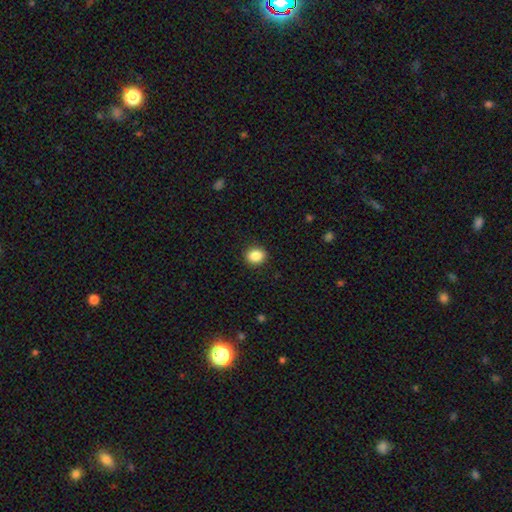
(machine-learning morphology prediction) smooth-or-featured: smooth: 87% | star or artifact: 9% | featured or disk: 4%
  how-rounded: round: 64% | in between: 35% | cigar-shaped: 1%
  merging: none: 91% | minor disturbance: 6% | major disturbance: 2% | merger: 1%